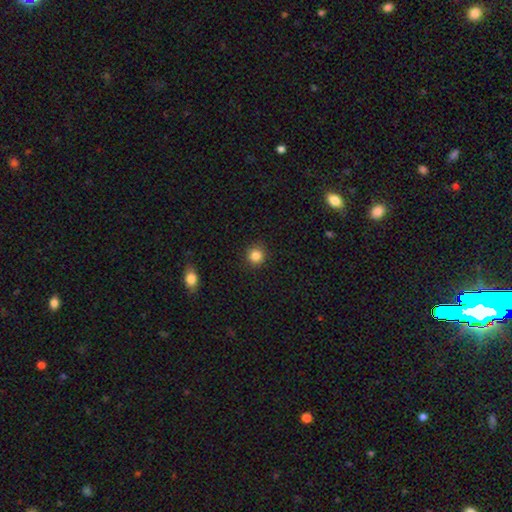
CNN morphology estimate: Smooth or featured: smooth — 85% (star or artifact — 11%)
How rounded: round — 92% (in between — 7%)
Merging: none — 90% (minor disturbance — 6%)